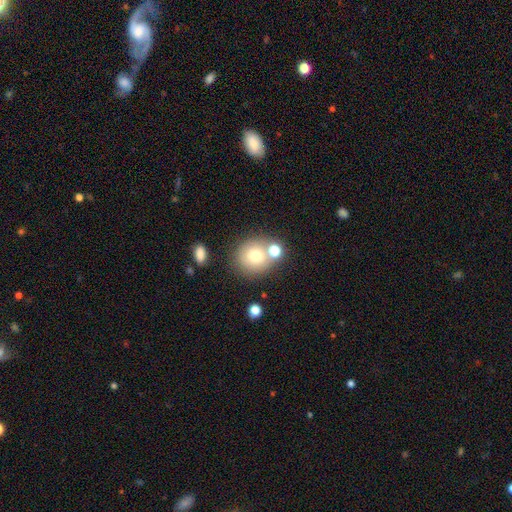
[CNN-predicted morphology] A smooth galaxy with no disk features (73%) that is round (81%).

Vote fractions:
- Smooth or featured? smooth: 73% / featured or disk: 15% / star or artifact: 12%
- How rounded? round: 81% / in between: 18% / cigar-shaped: 1%
- Merging? none: 63% / merger: 21% / minor disturbance: 12% / major disturbance: 4%